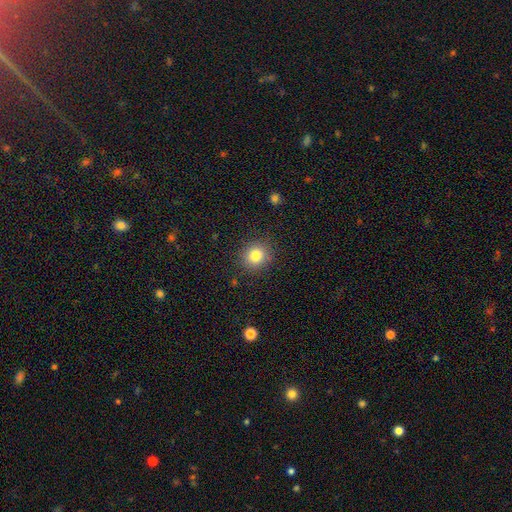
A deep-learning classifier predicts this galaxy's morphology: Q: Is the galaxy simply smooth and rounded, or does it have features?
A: smooth — 81%.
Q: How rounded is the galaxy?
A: round — 84%.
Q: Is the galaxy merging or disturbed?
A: none — 87%.